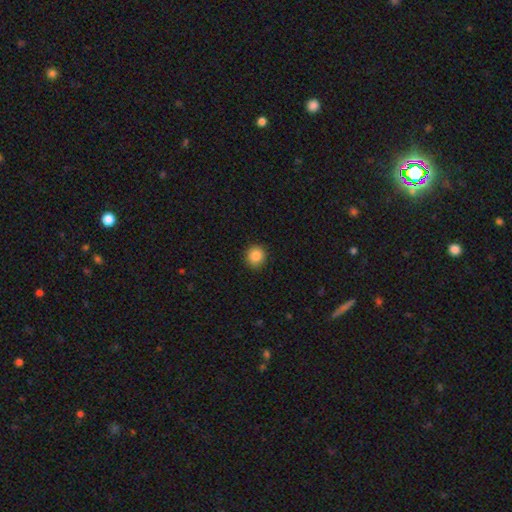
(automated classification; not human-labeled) Smooth or featured? Predicted: smooth (p=0.86). How rounded? Predicted: round (p=0.91). Merging? Predicted: none (p=0.90).